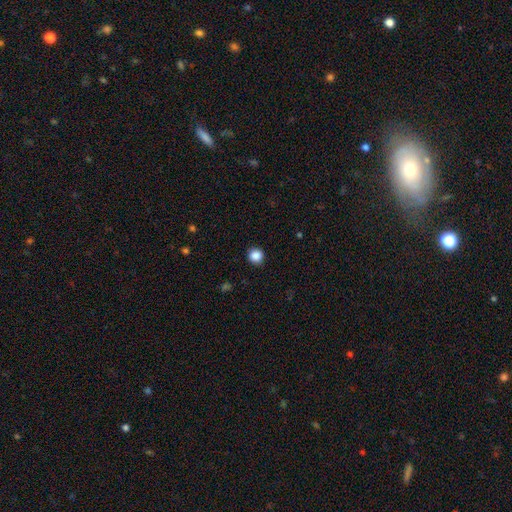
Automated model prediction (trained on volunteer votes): Smooth or featured: smooth — 87% (star or artifact — 10%)
How rounded: round — 93% (in between — 6%)
Merging: none — 92% (minor disturbance — 5%)